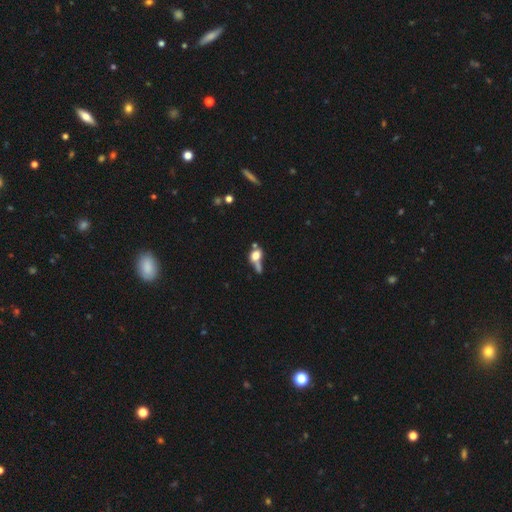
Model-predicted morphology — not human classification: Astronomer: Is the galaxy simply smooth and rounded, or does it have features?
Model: smooth — 60%.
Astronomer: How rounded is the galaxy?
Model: in between — 46% (runner-up: round, 45%).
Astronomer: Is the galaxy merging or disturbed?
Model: merger — 36% (runner-up: none, 28%).